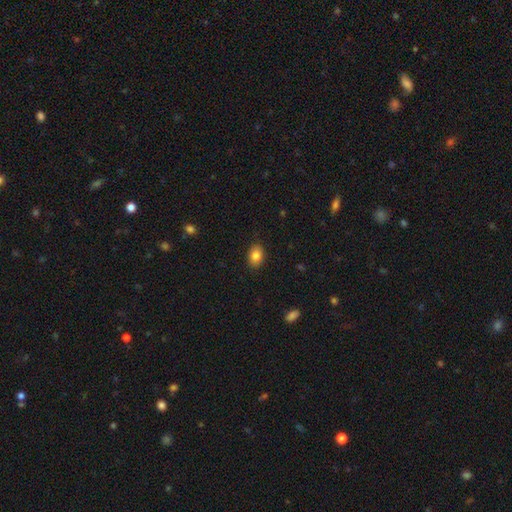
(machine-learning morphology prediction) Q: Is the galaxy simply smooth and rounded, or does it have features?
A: smooth — 83%.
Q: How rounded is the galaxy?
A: in between — 78%.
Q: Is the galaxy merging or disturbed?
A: none — 88%.